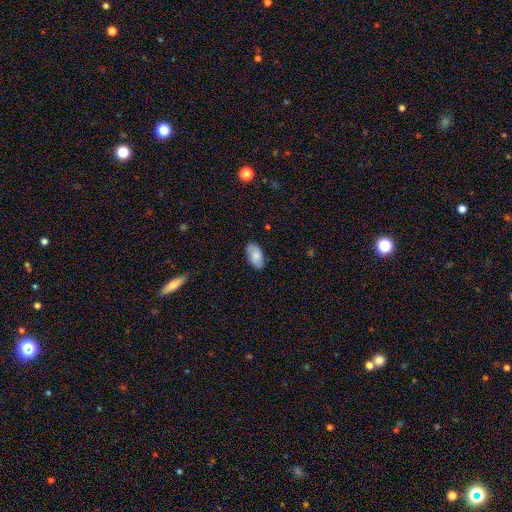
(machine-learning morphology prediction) A smooth galaxy with no disk features (81%) that is in between round and cigar-shaped (95%). Merging: none (84%).